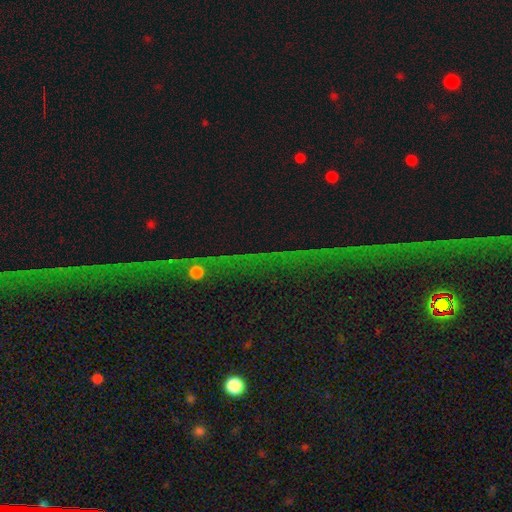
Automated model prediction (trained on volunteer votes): Overall: star or artifact (73%).